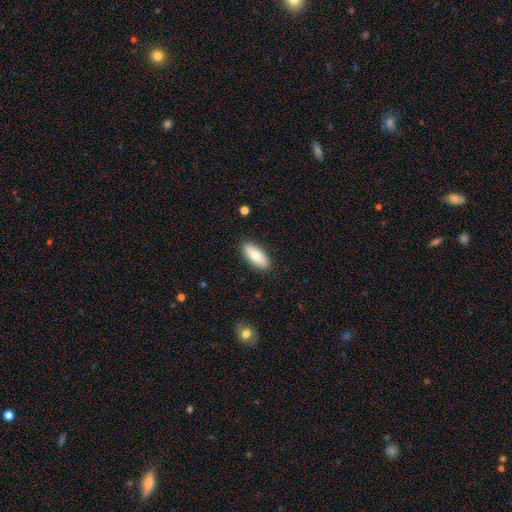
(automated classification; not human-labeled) This appears to be a smooth galaxy with no disk features (80%) that is in between round and cigar-shaped (83%). Merging: none (89%).